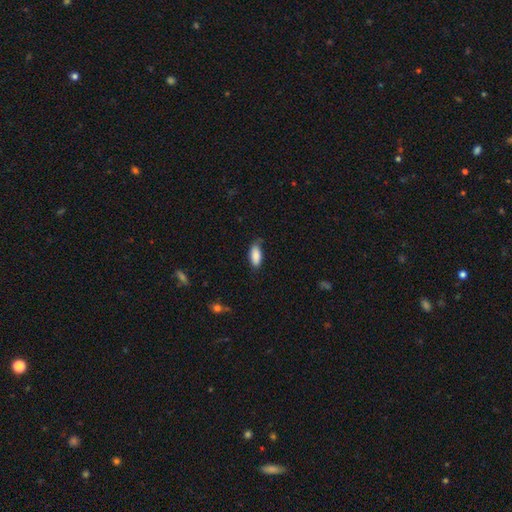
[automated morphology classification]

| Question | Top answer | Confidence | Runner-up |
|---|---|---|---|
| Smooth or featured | smooth | 87% | star or artifact (6%) |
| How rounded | in between | 86% | cigar-shaped (13%) |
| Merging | none | 70% | minor disturbance (24%) |